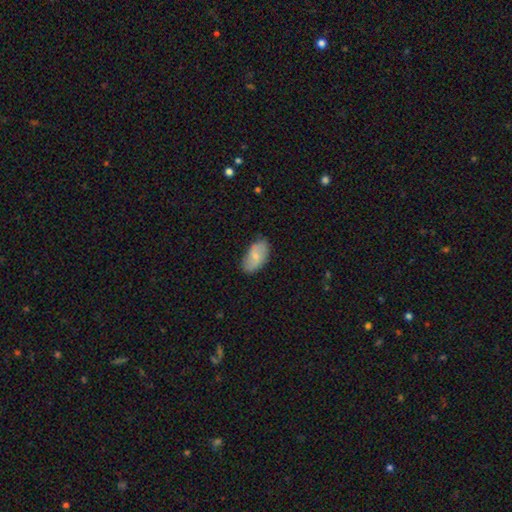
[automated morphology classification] Overall: smooth (64%; featured or disk 30%). How rounded: in between (94%). Merging: none (80%).